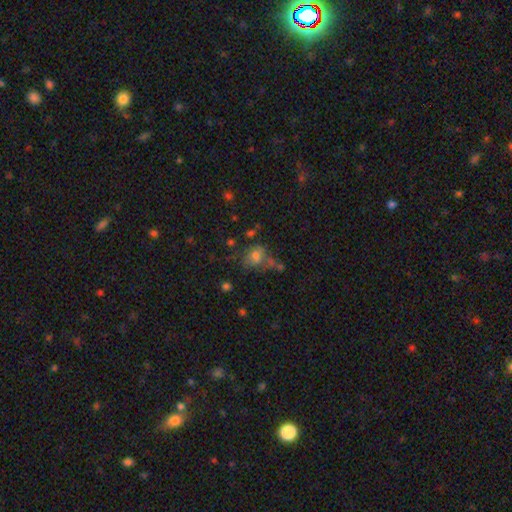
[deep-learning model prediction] smooth-or-featured: smooth: 62% | featured or disk: 20% | star or artifact: 18%
  how-rounded: in between: 57% | round: 41% | cigar-shaped: 2%
  merging: none: 34% | merger: 24% | major disturbance: 22% | minor disturbance: 20%